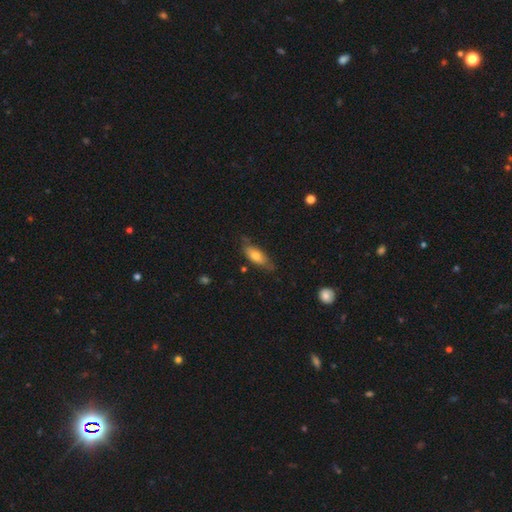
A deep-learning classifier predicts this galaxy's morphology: type=smooth (68%); roundness=in between (73%); merging=none (68%).